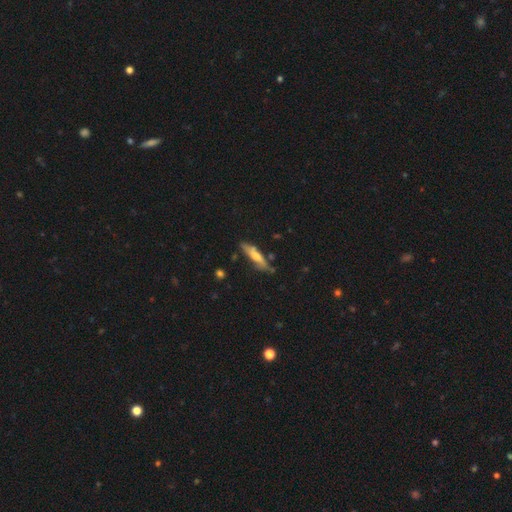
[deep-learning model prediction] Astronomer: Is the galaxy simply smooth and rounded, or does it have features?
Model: smooth — 51% (runner-up: featured or disk, 42%).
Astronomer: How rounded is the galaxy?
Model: cigar-shaped — 74%.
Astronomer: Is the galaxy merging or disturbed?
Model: none — 67%.